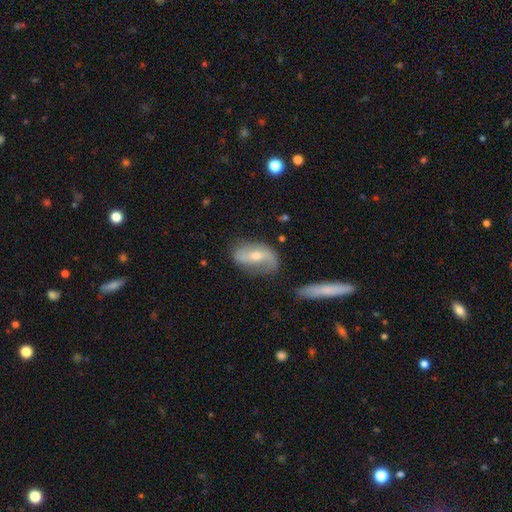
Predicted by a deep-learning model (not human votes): Smooth or featured?
  - featured or disk: 62% *
  - smooth: 31%
  - star or artifact: 7%
Edge-on disk?
  - no: 91% *
  - yes: 9%
Bar?
  - weak: 37% * (tied)
  - no: 37% * (tied)
  - strong: 26%
Spiral arms?
  - yes: 81% *
  - no: 19%
Bulge size?
  - moderate: 58% *
  - small: 36%
  - large: 3%
  - none: 2%
  - dominant: 1%
Merging?
  - none: 60% *
  - minor disturbance: 25%
  - major disturbance: 11%
  - merger: 4%